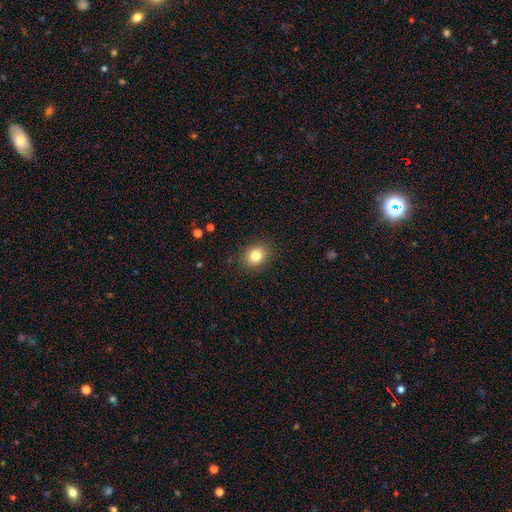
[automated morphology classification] A smooth galaxy with no disk features (82%) that is round (56%).

Vote fractions:
- Smooth or featured? smooth: 82% / star or artifact: 11% / featured or disk: 7%
- How rounded? round: 56% / in between: 43% / cigar-shaped: 1%
- Merging? none: 88% / minor disturbance: 8% / major disturbance: 2% / merger: 1%